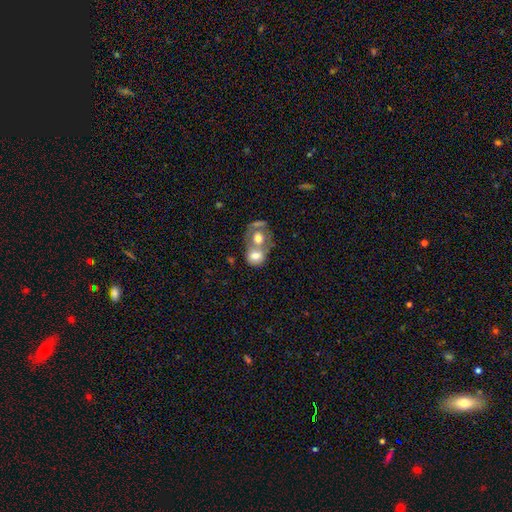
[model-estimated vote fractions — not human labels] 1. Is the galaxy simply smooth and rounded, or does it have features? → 66% smooth, 26% featured or disk, 9% star or artifact.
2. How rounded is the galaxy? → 51% round, 48% in between, 1% cigar-shaped.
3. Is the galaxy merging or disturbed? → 71% merger, 17% none, 7% minor disturbance, 5% major disturbance.